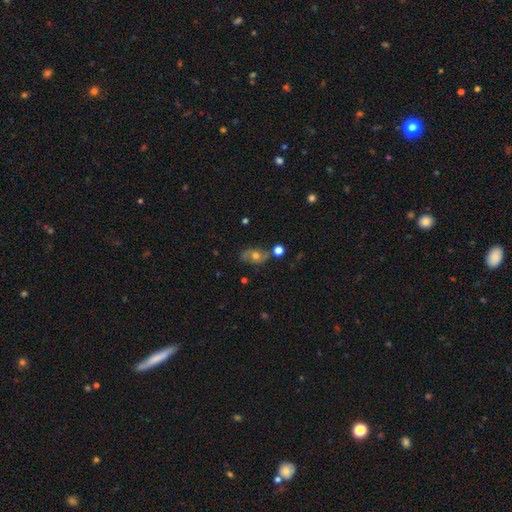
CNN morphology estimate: smooth_or_featured: smooth (p=0.47) [alt: featured or disk p=0.39]
merging: none (p=0.66) [alt: minor disturbance p=0.19]